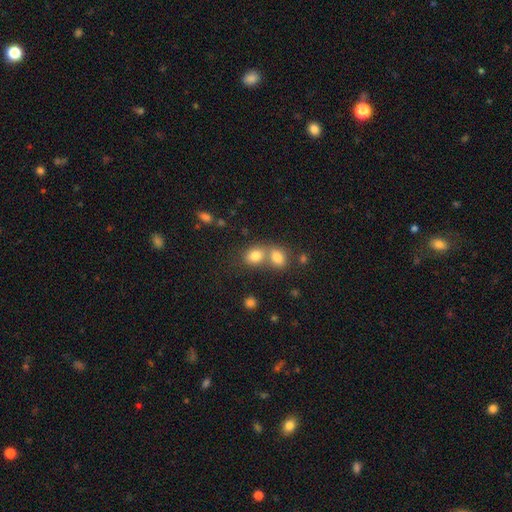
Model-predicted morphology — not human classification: type=smooth (79%); roundness=round (50%); merging=merger (56%).